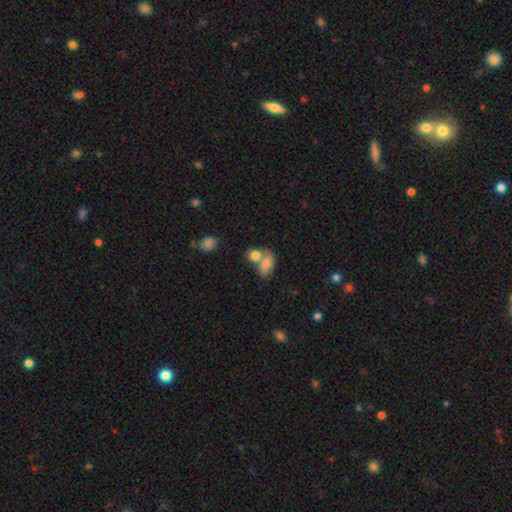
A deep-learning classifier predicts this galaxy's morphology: A smooth galaxy with no disk features (78%) that is in between round and cigar-shaped (66%). Merging: merger (55%).